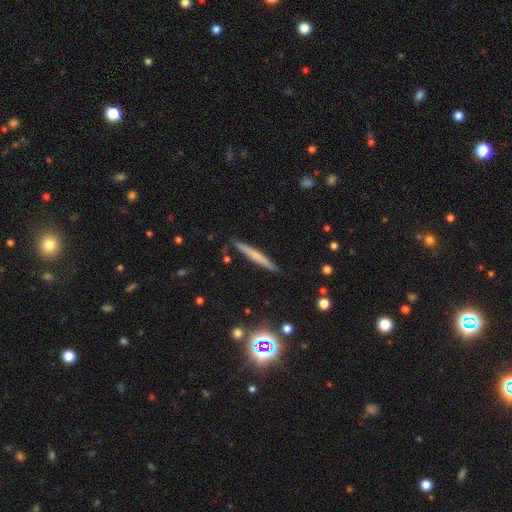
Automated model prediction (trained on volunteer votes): This appears to be a smooth galaxy with no disk features (57%) that is cigar-shaped (95%). Merging: none (89%).